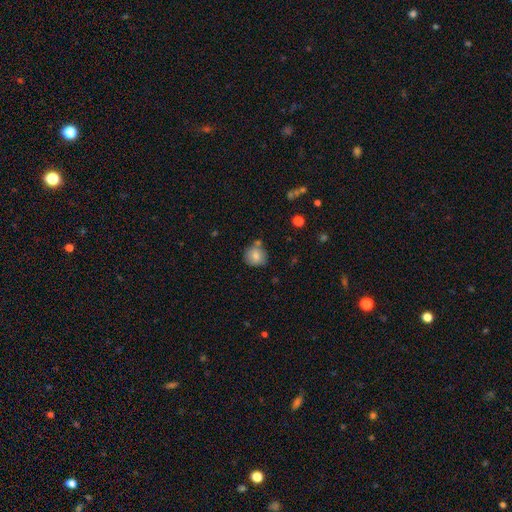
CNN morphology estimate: smooth-or-featured: smooth: 80% | featured or disk: 11% | star or artifact: 9%
  how-rounded: round: 86% | in between: 13% | cigar-shaped: 1%
  merging: none: 71% | minor disturbance: 15% | merger: 10% | major disturbance: 3%